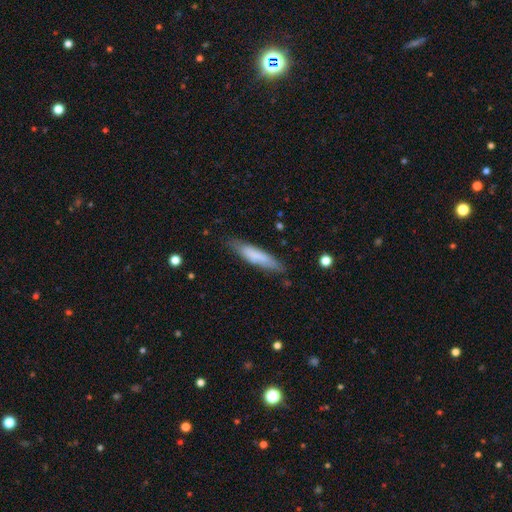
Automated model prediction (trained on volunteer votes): Smooth or featured: smooth — 74% (featured or disk — 20%)
How rounded: cigar-shaped — 82% (in between — 17%)
Merging: none — 81% (minor disturbance — 15%)